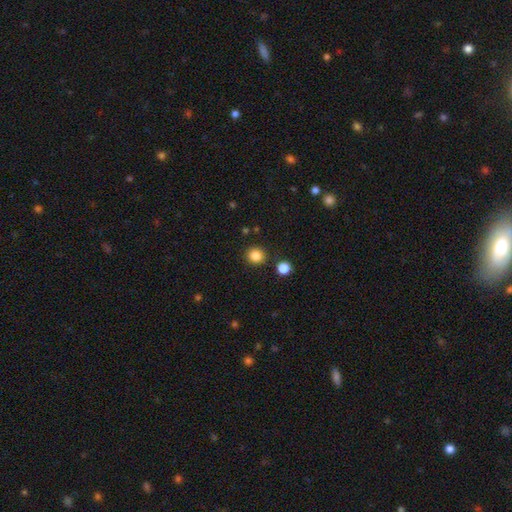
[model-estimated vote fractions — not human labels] smooth_or_featured: smooth (p=0.84) [alt: star or artifact p=0.12]
how_rounded: round (p=0.90) [alt: in between p=0.09]
merging: none (p=0.88) [alt: minor disturbance p=0.06]